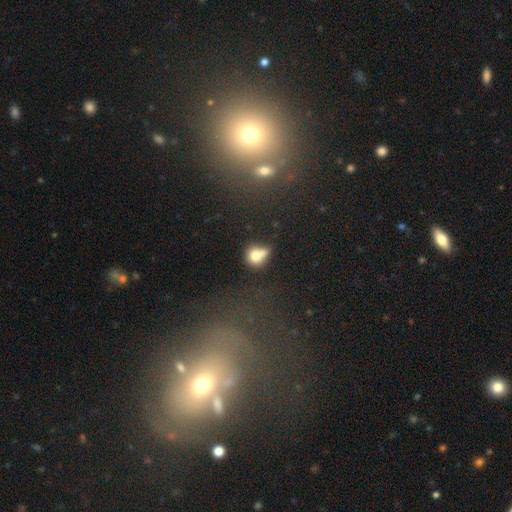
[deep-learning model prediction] smooth_or_featured: smooth (p=0.70) [alt: featured or disk p=0.17]
how_rounded: round (p=0.72) [alt: in between p=0.26]
merging: merger (p=0.41) [alt: none p=0.31]